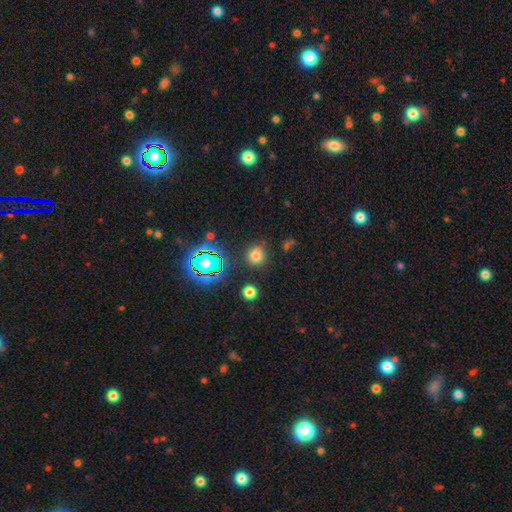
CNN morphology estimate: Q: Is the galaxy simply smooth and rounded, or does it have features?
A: smooth — 69%.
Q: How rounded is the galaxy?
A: round — 88%.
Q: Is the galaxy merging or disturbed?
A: none — 76%.